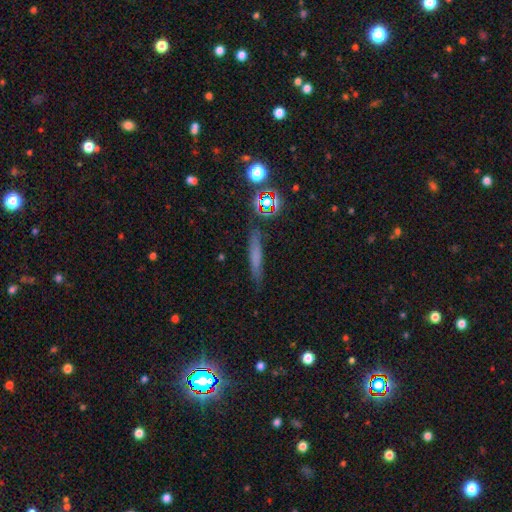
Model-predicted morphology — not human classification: Smooth or featured: smooth — 58% (featured or disk — 25%)
How rounded: cigar-shaped — 86% (in between — 8%)
Merging: none — 83% (minor disturbance — 11%)